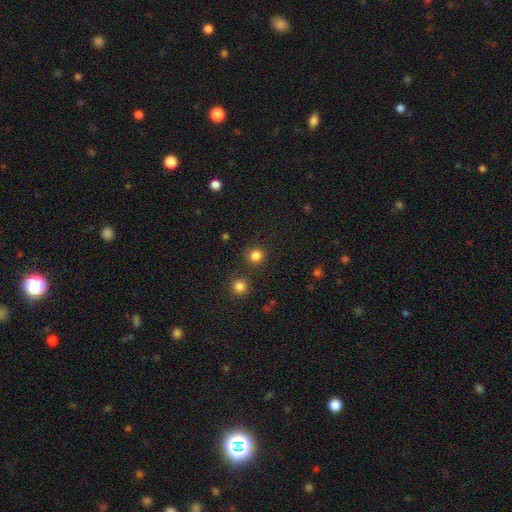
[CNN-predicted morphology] A smooth galaxy with no disk features (82%) that is round (90%).

Vote fractions:
- Smooth or featured? smooth: 82% / star or artifact: 14% / featured or disk: 4%
- How rounded? round: 90% / in between: 9% / cigar-shaped: 1%
- Merging? none: 84% / minor disturbance: 8% / merger: 6% / major disturbance: 3%